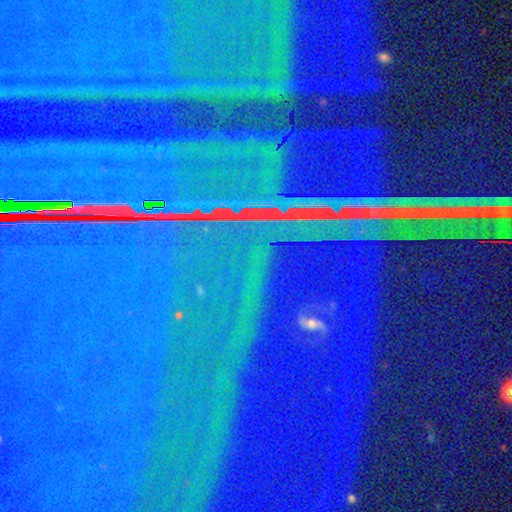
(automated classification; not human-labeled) smooth_or_featured: star or artifact (p=0.89) [alt: featured or disk p=0.06]